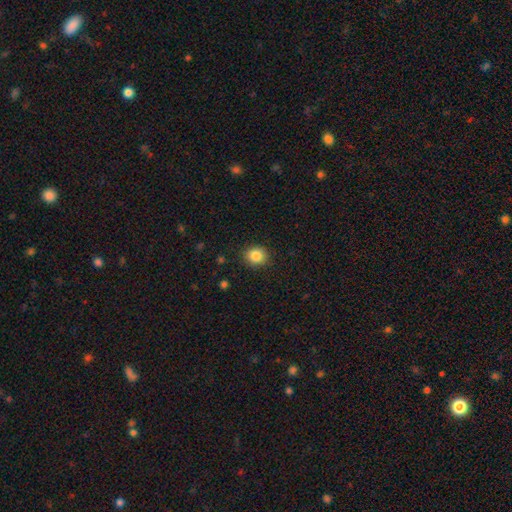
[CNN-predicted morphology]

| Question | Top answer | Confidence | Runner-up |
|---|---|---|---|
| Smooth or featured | smooth | 85% | star or artifact (10%) |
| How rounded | round | 79% | in between (21%) |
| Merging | none | 89% | minor disturbance (8%) |